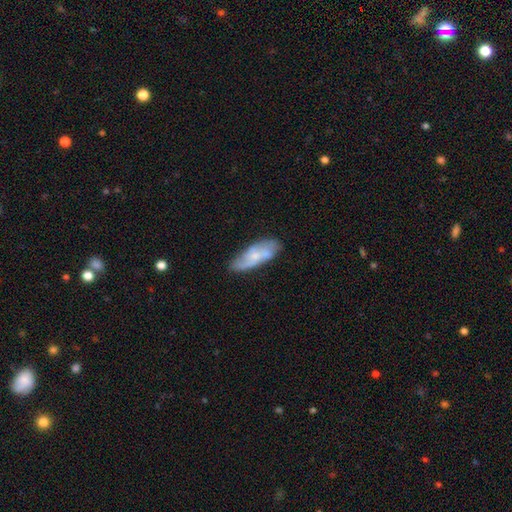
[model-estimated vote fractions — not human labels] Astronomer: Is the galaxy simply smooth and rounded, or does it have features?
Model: featured or disk — 58% (runner-up: smooth, 36%).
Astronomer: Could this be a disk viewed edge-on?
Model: no — 88%.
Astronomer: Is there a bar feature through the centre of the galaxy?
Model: no — 67%.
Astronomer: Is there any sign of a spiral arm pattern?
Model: yes — 82%.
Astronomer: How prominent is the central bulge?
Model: small — 61%.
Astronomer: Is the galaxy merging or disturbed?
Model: none — 66%.